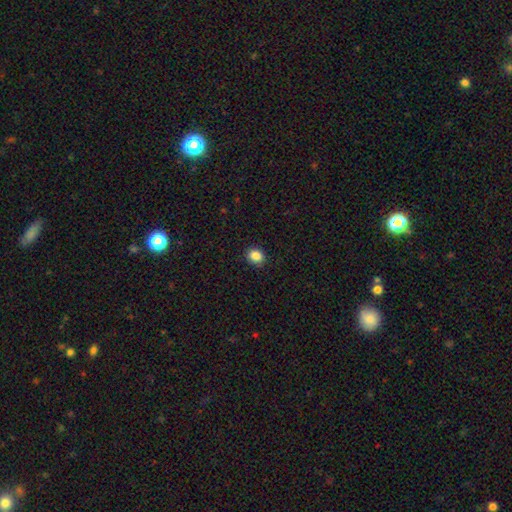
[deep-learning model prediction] smooth 87%, star or artifact 10%, featured or disk 4%. Down the decision tree: how rounded — round (61%); merging — none (89%).